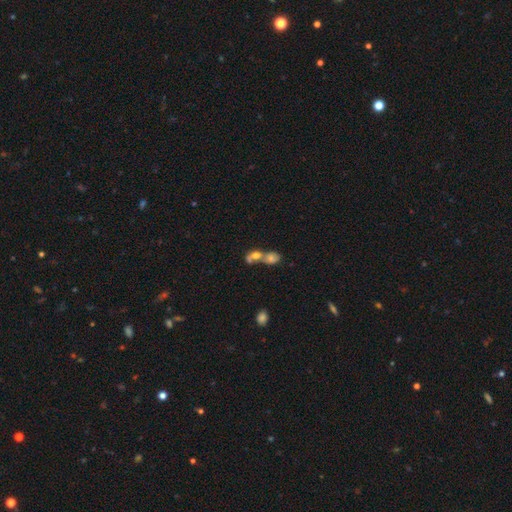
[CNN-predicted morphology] smooth 66%, featured or disk 22%, star or artifact 12%. Down the decision tree: how rounded — in between (55%); merging — merger (75%).